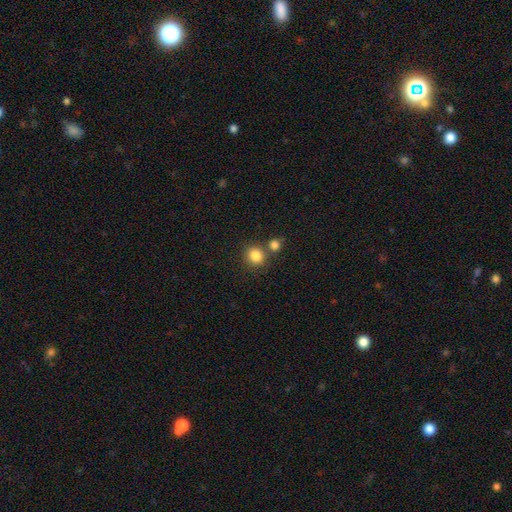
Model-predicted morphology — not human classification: type=smooth (84%); roundness=round (80%); merging=none (65%).